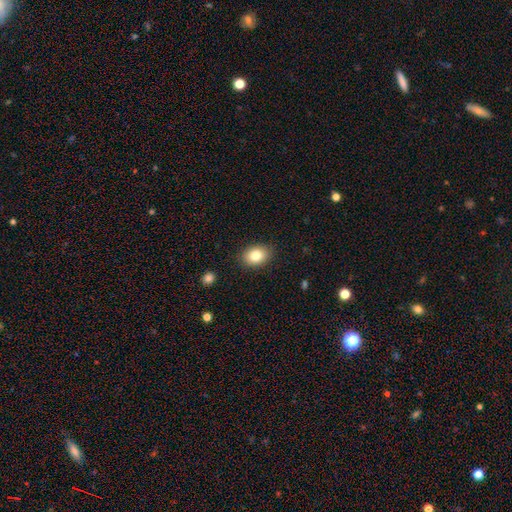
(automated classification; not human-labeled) smooth-or-featured: smooth: 83% | featured or disk: 9% | star or artifact: 9%
  how-rounded: in between: 74% | round: 25% | cigar-shaped: 1%
  merging: none: 87% | minor disturbance: 9% | major disturbance: 2% | merger: 1%